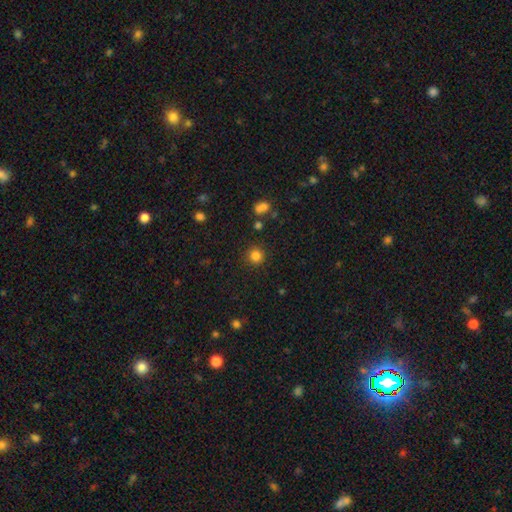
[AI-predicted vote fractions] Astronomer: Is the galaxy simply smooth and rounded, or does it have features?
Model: smooth — 82%.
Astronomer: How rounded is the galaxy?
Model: round — 93%.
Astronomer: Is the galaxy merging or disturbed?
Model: none — 89%.